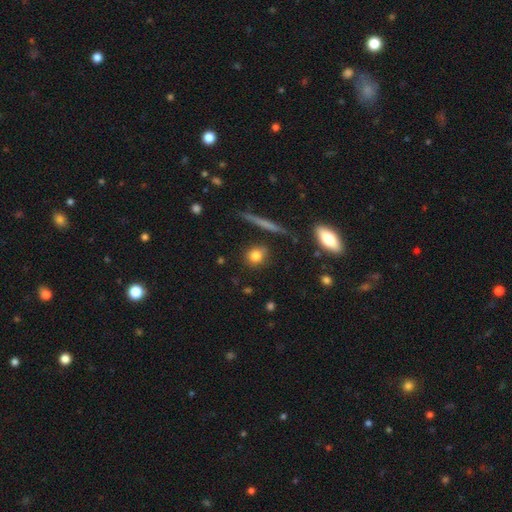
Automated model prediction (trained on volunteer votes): smooth_or_featured: smooth (p=0.81) [alt: star or artifact p=0.10]
how_rounded: round (p=0.74) [alt: in between p=0.21]
merging: none (p=0.82) [alt: minor disturbance p=0.11]